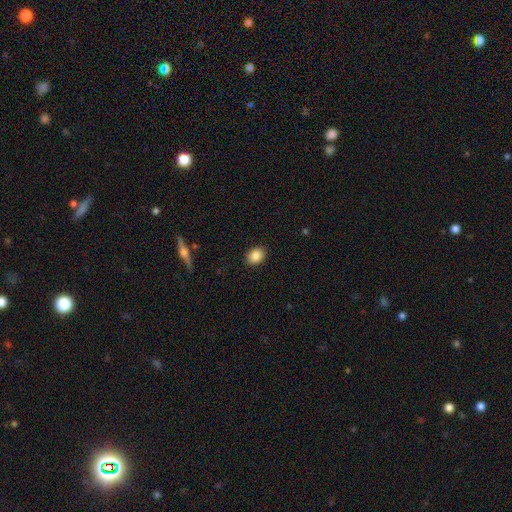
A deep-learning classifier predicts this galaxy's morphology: Smooth or featured: smooth — 88% (star or artifact — 8%)
How rounded: in between — 69% (round — 30%)
Merging: none — 89% (minor disturbance — 8%)